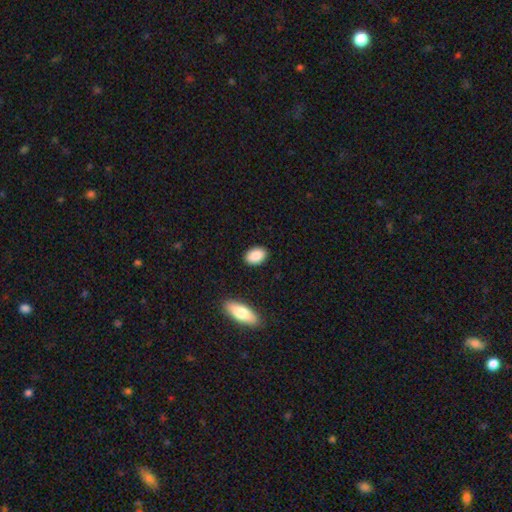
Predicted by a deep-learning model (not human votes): This is clearly a smooth galaxy (89%). How rounded: clearly in between (87%). Merging: clearly none (88%).